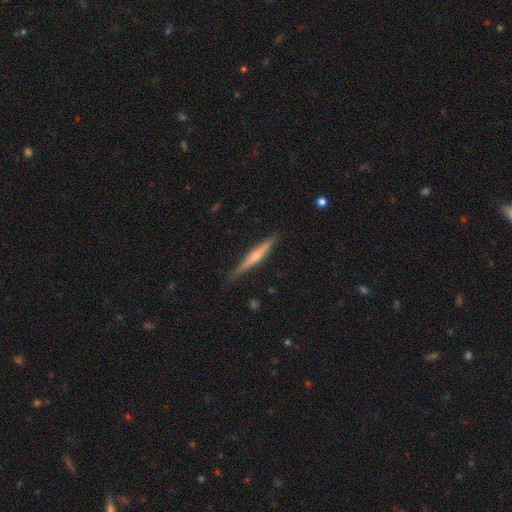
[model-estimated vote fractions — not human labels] smooth_or_featured: featured or disk (p=0.61) [alt: smooth p=0.33]
disk_edge_on: yes (p=0.98) [alt: no p=0.02]
edge_on_bulge: rounded (p=0.70) [alt: none p=0.22]
merging: none (p=0.86) [alt: minor disturbance p=0.10]